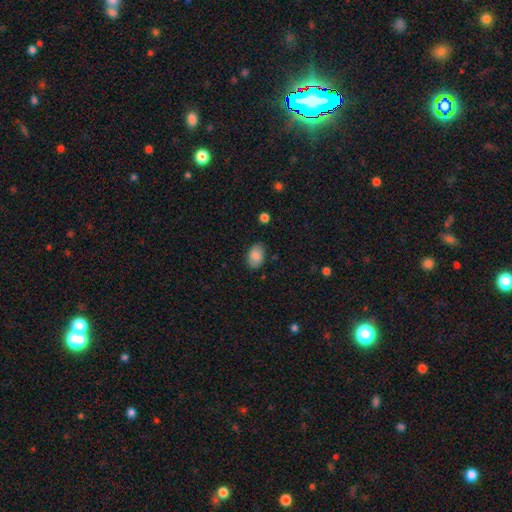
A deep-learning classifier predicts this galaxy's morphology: This appears to be a smooth galaxy with no disk features (85%) that is in between round and cigar-shaped (88%). Merging: none (82%).